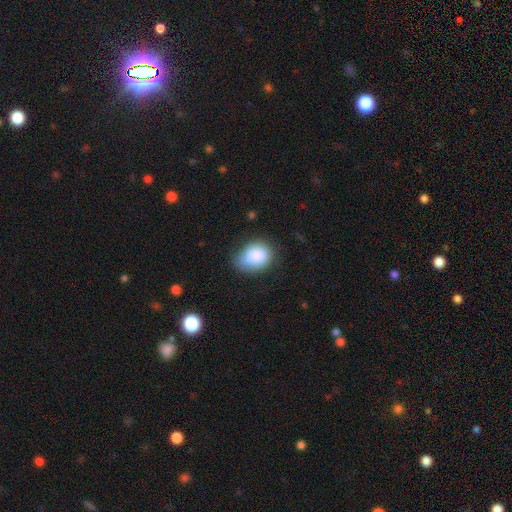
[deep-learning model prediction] smooth-or-featured: smooth: 85% | featured or disk: 8% | star or artifact: 7%
  how-rounded: in between: 57% | round: 42% | cigar-shaped: 1%
  merging: none: 60% | minor disturbance: 29% | major disturbance: 8% | merger: 2%